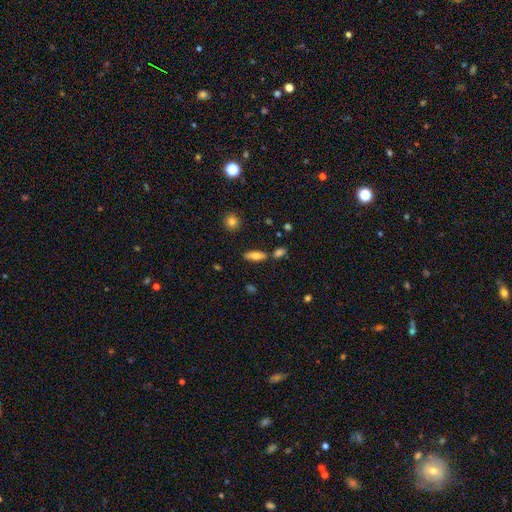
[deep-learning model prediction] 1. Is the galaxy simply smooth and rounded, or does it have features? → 72% smooth, 20% featured or disk, 8% star or artifact.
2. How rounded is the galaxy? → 66% in between, 31% cigar-shaped, 3% round.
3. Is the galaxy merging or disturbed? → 73% none, 12% merger, 11% minor disturbance, 3% major disturbance.